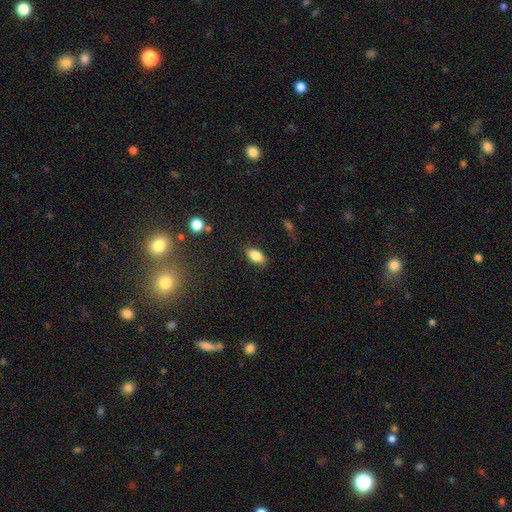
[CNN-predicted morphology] Smooth or featured: smooth — 85% (star or artifact — 8%)
How rounded: in between — 91% (round — 5%)
Merging: none — 84% (minor disturbance — 12%)